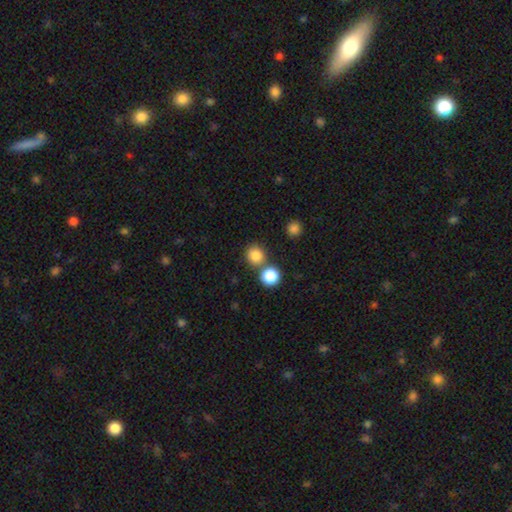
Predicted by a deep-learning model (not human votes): Q: Smooth or featured?
A: smooth (82%); runner-up: star or artifact (12%)
Q: How rounded?
A: round (87%); runner-up: in between (12%)
Q: Merging?
A: none (67%); runner-up: merger (23%)